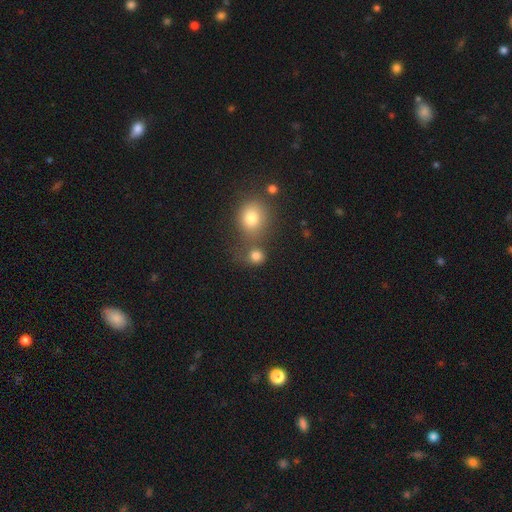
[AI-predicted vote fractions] Smooth or featured? smooth (79%)
How rounded? round (81%)
Merging? none (57%)